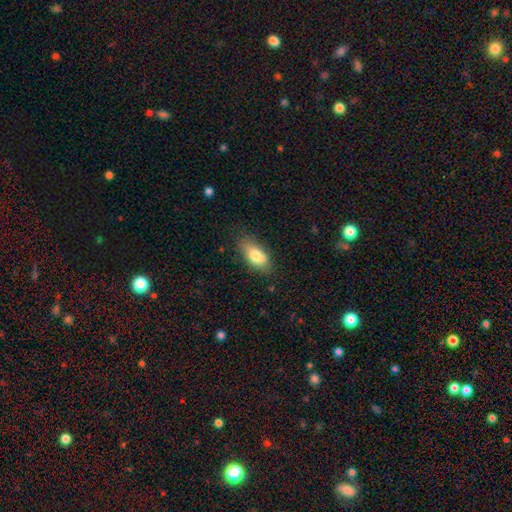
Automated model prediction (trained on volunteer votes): The model was most divided on "merging": none: 69%, minor disturbance: 21%, major disturbance: 5%, merger: 5%. More confident: how rounded — in between (87%); smooth or featured — smooth (77%).